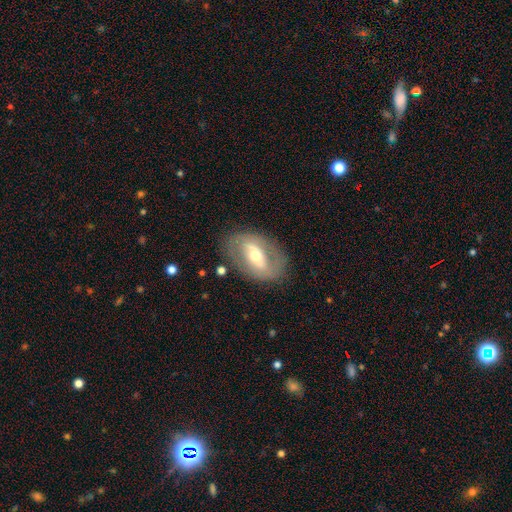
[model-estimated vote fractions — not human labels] This is likely a featured or disk galaxy (65%). It is clearly not viewed edge-on (91%). Bar: marginally strong (40%). Spiral arm pattern: possibly no (56%). Central bulge: likely moderate (62%). Merging: likely none (78%).